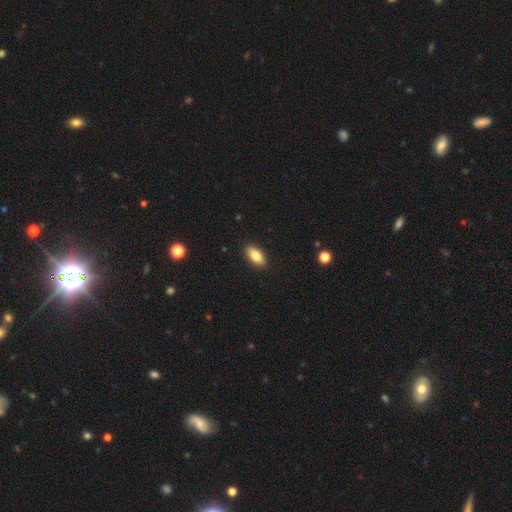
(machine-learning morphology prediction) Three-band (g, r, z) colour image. It shows a smooth galaxy with no disk features (81%) that is in between round and cigar-shaped (87%). Merging: none (89%).